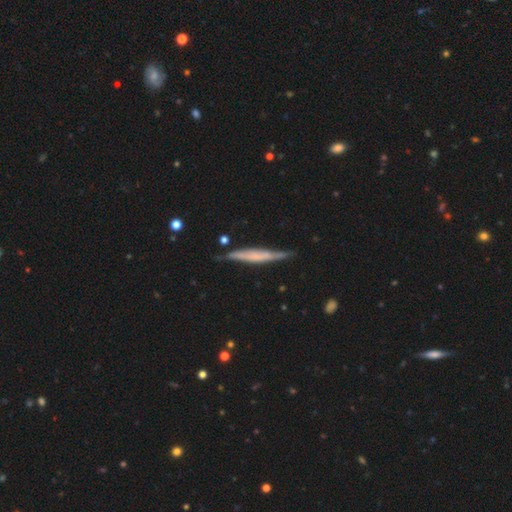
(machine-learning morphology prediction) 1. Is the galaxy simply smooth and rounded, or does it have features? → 59% featured or disk, 35% smooth, 6% star or artifact.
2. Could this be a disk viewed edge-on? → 93% yes, 7% no.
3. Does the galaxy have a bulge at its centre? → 51% none, 27% boxy, 22% rounded.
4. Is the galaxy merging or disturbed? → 73% none, 20% minor disturbance, 4% major disturbance, 3% merger.